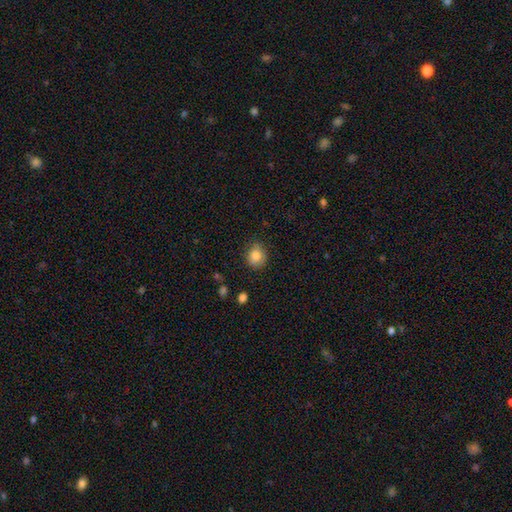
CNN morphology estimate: type=smooth (83%); roundness=round (70%); merging=none (79%).